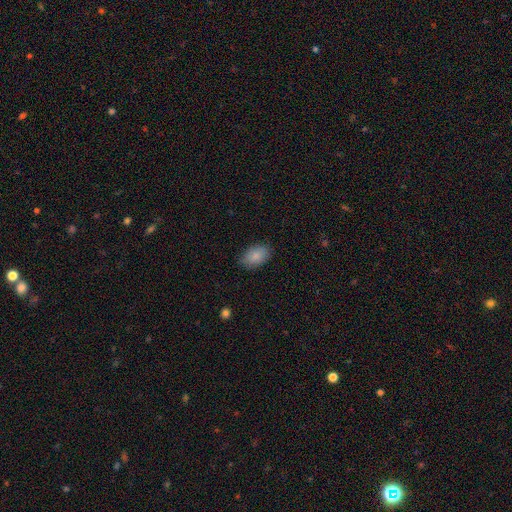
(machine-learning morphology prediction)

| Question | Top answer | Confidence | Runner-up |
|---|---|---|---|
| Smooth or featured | smooth | 86% | star or artifact (7%) |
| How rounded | in between | 91% | round (7%) |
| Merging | none | 85% | minor disturbance (12%) |